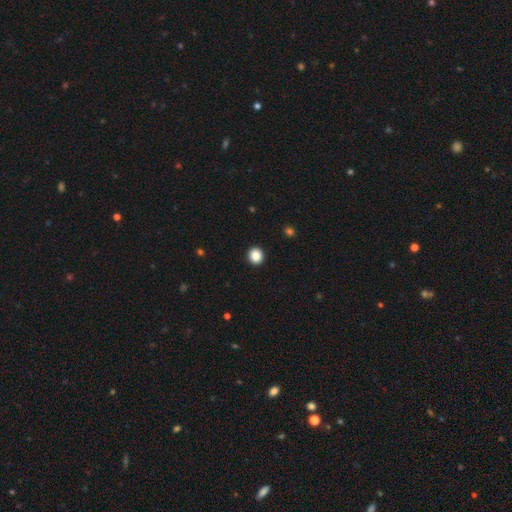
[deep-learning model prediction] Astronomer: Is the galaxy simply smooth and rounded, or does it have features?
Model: smooth — 87%.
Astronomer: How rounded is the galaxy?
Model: round — 85%.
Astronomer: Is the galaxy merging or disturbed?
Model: none — 93%.